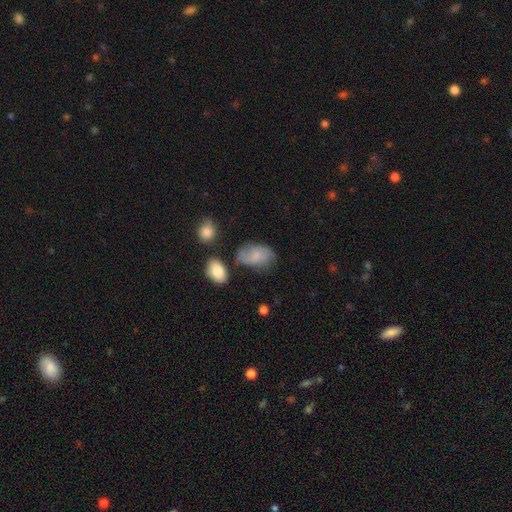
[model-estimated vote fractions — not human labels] Smooth or featured? smooth (67%)
How rounded? in between (88%)
Merging? none (54%)